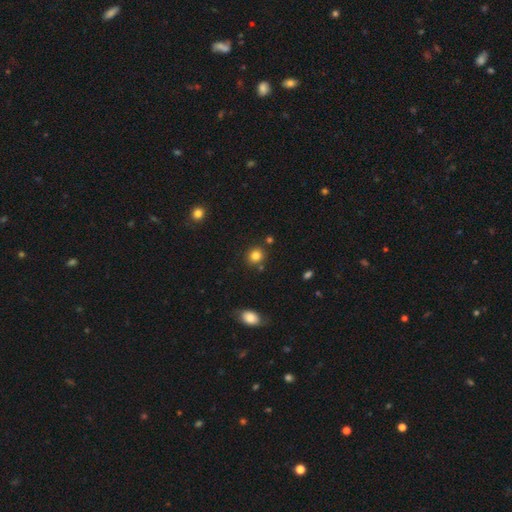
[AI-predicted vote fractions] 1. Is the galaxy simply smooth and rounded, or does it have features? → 82% smooth, 12% star or artifact, 6% featured or disk.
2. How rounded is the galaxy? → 85% round, 14% in between, 1% cigar-shaped.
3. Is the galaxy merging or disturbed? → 84% none, 8% minor disturbance, 6% merger, 2% major disturbance.